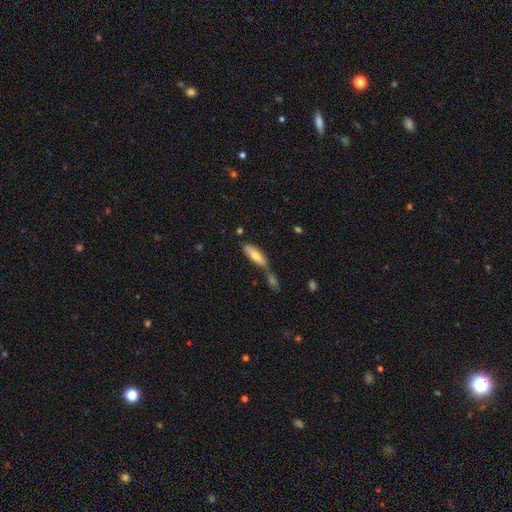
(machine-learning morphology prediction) This is likely a smooth galaxy (75%). How rounded: possibly in between (53%). Merging: possibly none (48%).